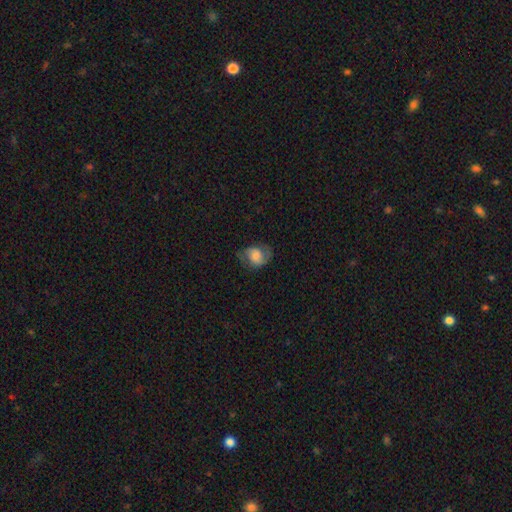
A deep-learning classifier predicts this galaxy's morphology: Smooth or featured? Predicted: smooth (p=0.59). How rounded? Predicted: in between (p=0.58). Merging? Predicted: none (p=0.58).